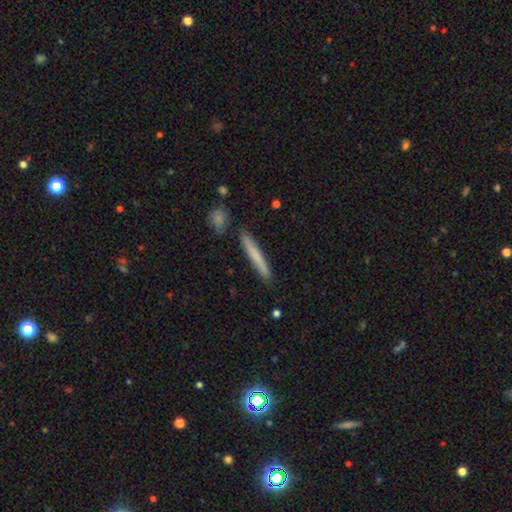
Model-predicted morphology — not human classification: A smooth galaxy with no disk features (69%) that is cigar-shaped (96%). Merging: none (86%).